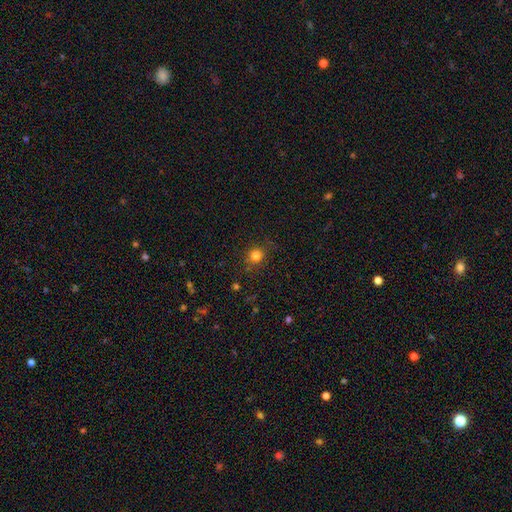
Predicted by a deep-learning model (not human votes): Smooth or featured: smooth — 81% (star or artifact — 14%)
How rounded: round — 88% (in between — 11%)
Merging: none — 86% (minor disturbance — 10%)